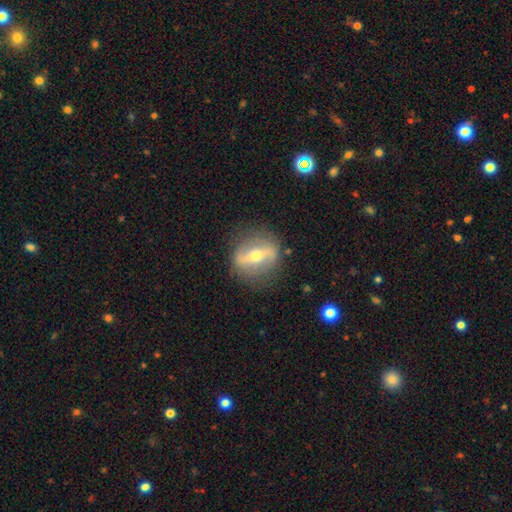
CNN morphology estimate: This is likely a featured or disk galaxy (71%). It is likely not viewed edge-on (74%). Bar: likely strong (71%). Spiral arm pattern: possibly no (58%). Central bulge: likely moderate (63%). Merging: clearly none (81%).